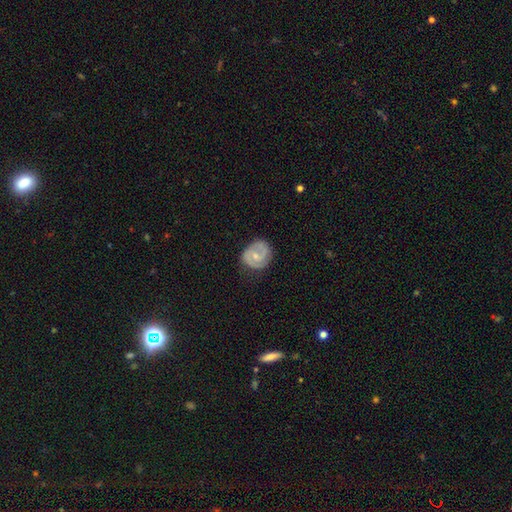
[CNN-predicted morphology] A featured or disk galaxy (73%) with no bar (55%), 2 (76%) tight (46%) spiral arms (91%) and a small central bulge (54%). Merging: none (71%).